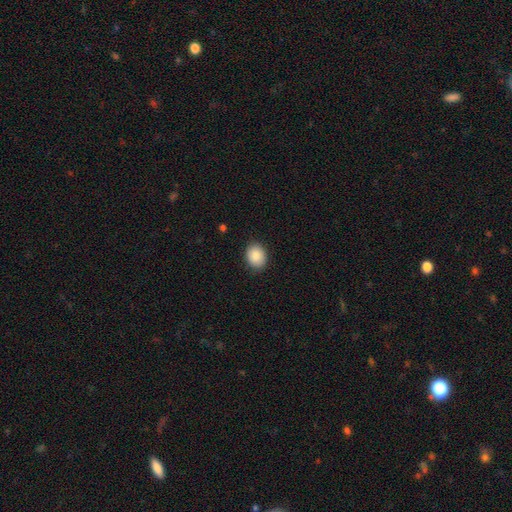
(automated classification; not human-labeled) Smooth or featured? smooth (88%)
How rounded? in between (53%)
Merging? none (88%)